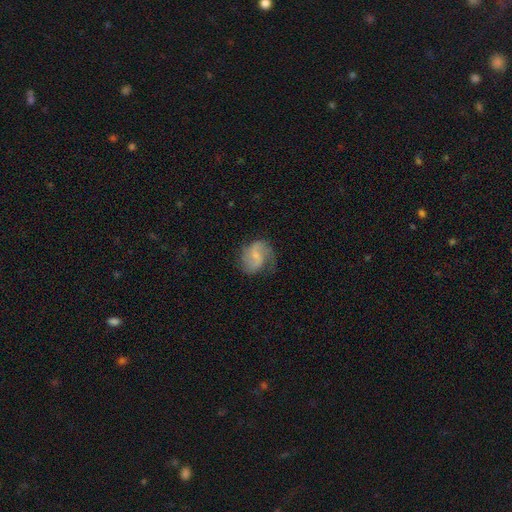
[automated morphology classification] This is likely a featured or disk galaxy (69%). It is clearly not viewed edge-on (98%). Bar: possibly weak (46%). Spiral arm pattern: clearly yes (93%). Spiral arm count: likely 2 (78%). Spiral winding: possibly medium (47%). Central bulge: possibly small (59%). Merging: likely none (64%).